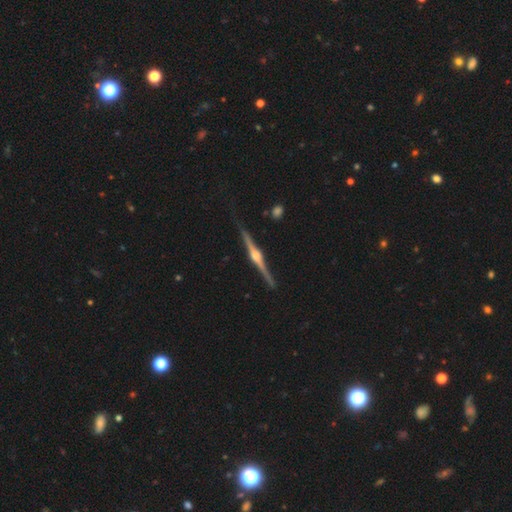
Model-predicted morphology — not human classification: type=featured or disk (88%); edge-on=yes (99%); edge-on bulge=rounded (94%); merging=none (89%).